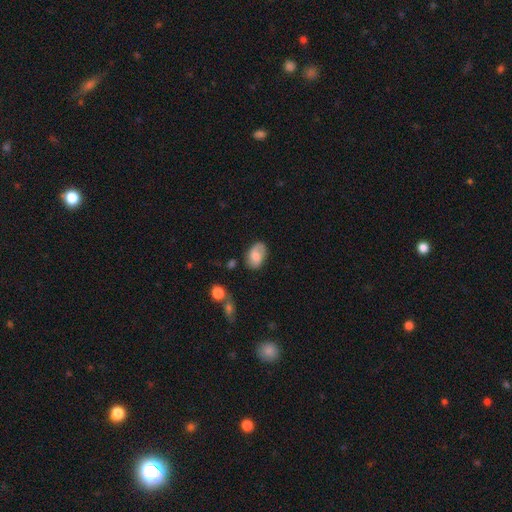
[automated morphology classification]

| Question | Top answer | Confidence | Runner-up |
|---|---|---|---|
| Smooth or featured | smooth | 65% | featured or disk (27%) |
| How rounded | in between | 87% | round (11%) |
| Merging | none | 68% | minor disturbance (23%) |